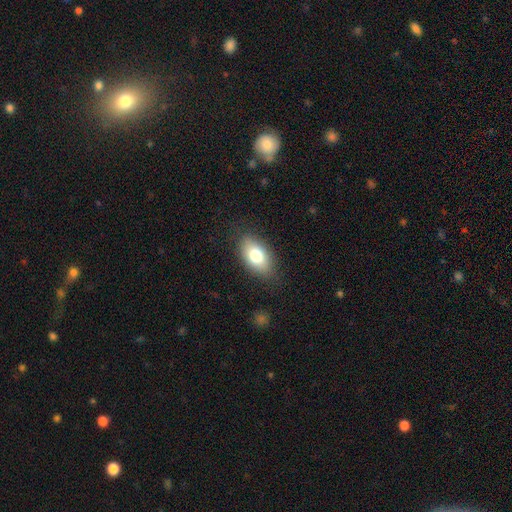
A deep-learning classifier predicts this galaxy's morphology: type=smooth (77%); roundness=in between (91%); merging=none (82%).